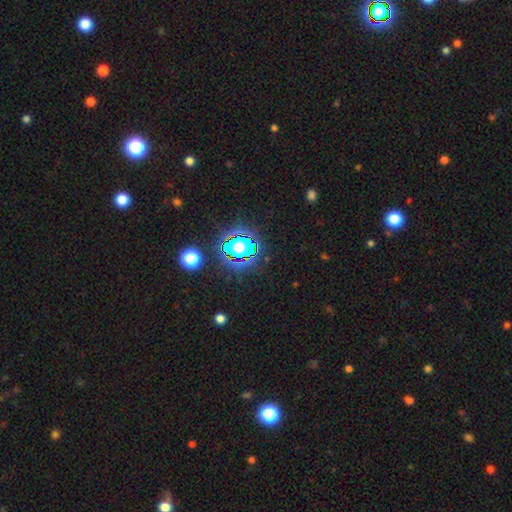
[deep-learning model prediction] Smooth or featured: star or artifact — 81% (smooth — 12%)